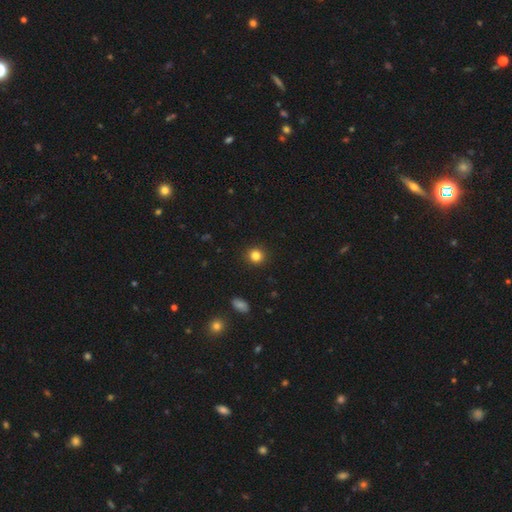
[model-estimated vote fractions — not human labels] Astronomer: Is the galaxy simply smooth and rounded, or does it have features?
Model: smooth — 84%.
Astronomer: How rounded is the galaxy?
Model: round — 90%.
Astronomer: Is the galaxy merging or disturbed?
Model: none — 92%.